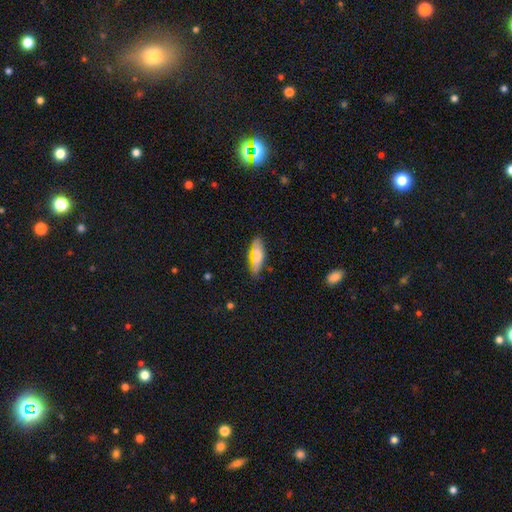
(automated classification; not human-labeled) smooth_or_featured: smooth (p=0.63) [alt: featured or disk p=0.29]
how_rounded: cigar-shaped (p=0.50) [alt: in between p=0.47]
merging: none (p=0.78) [alt: minor disturbance p=0.16]